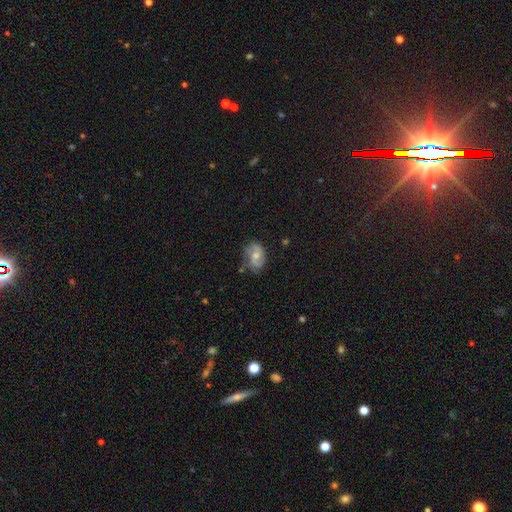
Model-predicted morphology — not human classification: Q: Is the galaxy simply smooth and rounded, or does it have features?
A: featured or disk — 63%.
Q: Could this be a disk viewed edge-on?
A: no — 97%.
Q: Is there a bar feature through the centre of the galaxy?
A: no — 65%.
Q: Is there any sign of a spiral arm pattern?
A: yes — 86%.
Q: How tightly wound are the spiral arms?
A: medium — 46%.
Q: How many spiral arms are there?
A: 2 — 68%.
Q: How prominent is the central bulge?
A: moderate — 62%.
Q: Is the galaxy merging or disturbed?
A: none — 60%.